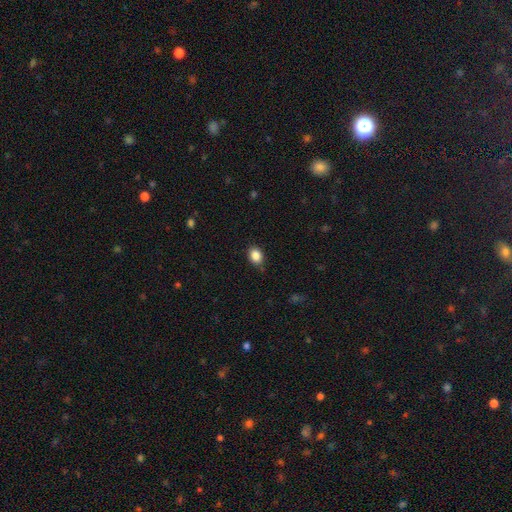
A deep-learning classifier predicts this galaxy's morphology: smooth_or_featured: smooth (p=0.87) [alt: star or artifact p=0.09]
how_rounded: in between (p=0.64) [alt: round p=0.35]
merging: none (p=0.80) [alt: minor disturbance p=0.16]